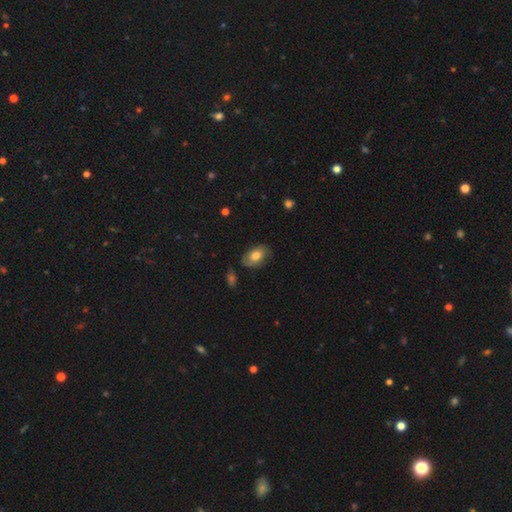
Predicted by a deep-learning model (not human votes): This appears to be a smooth galaxy with no disk features (69%) that is in between round and cigar-shaped (89%). Merging: none (73%).